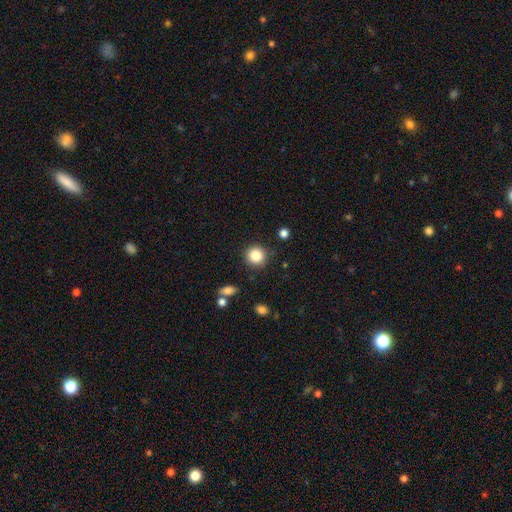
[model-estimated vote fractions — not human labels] This appears to be a smooth galaxy with no disk features (85%) that is round (92%). Merging: none (87%).